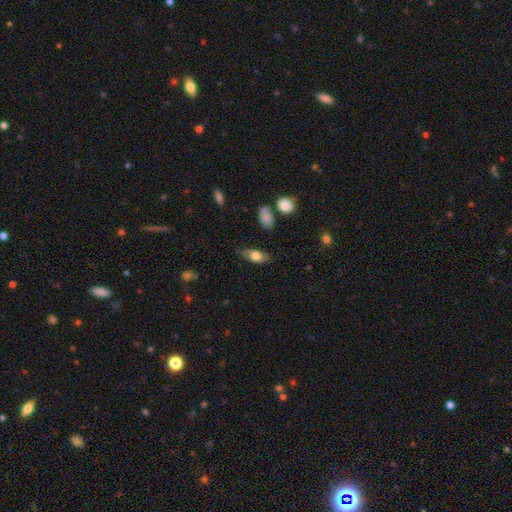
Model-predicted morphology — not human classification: Q: Smooth or featured?
A: smooth (69%); runner-up: featured or disk (24%)
Q: How rounded?
A: in between (81%); runner-up: cigar-shaped (13%)
Q: Merging?
A: none (77%); runner-up: minor disturbance (17%)